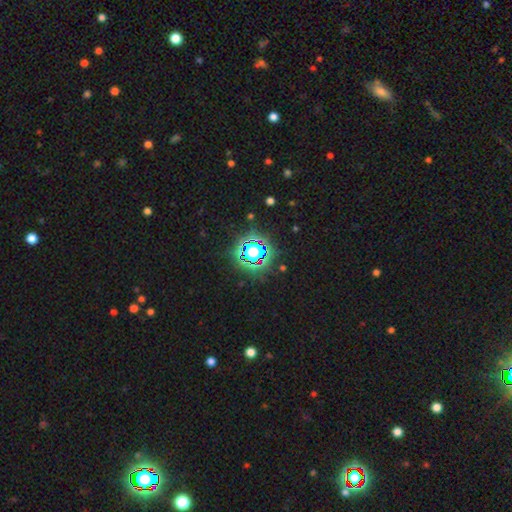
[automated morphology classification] Q: Smooth or featured?
A: star or artifact (68%); runner-up: smooth (21%)